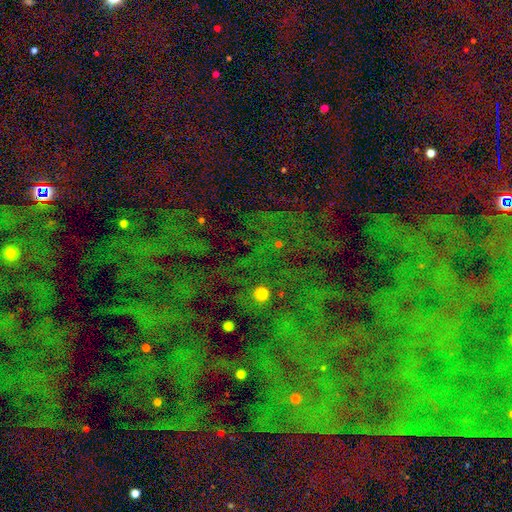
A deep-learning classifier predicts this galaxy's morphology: Q: Smooth or featured?
A: star or artifact (83%); runner-up: smooth (9%)